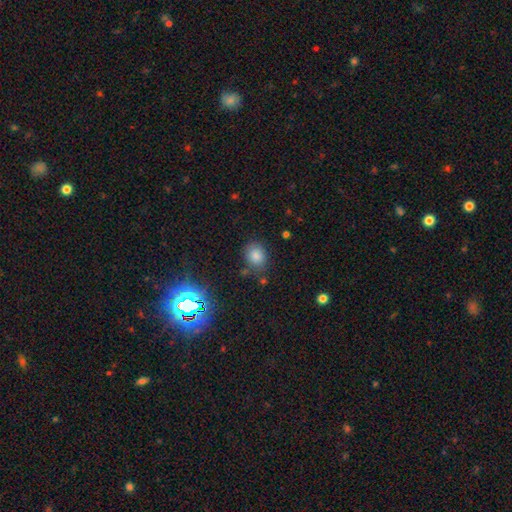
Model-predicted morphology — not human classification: A smooth galaxy with no disk features (79%) that is round (50%).

Vote fractions:
- Smooth or featured? smooth: 79% / star or artifact: 14% / featured or disk: 7%
- How rounded? round: 50% / in between: 49% / cigar-shaped: 1%
- Merging? none: 76% / minor disturbance: 15% / merger: 5% / major disturbance: 4%